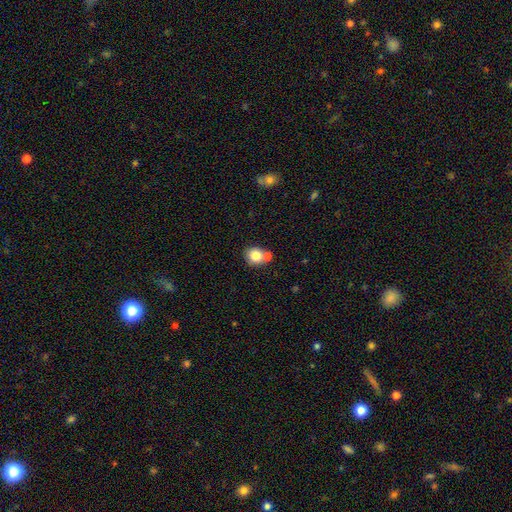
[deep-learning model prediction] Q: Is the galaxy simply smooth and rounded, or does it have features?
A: smooth — 80%.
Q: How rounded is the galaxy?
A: round — 80%.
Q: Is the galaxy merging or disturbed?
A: none — 55%.